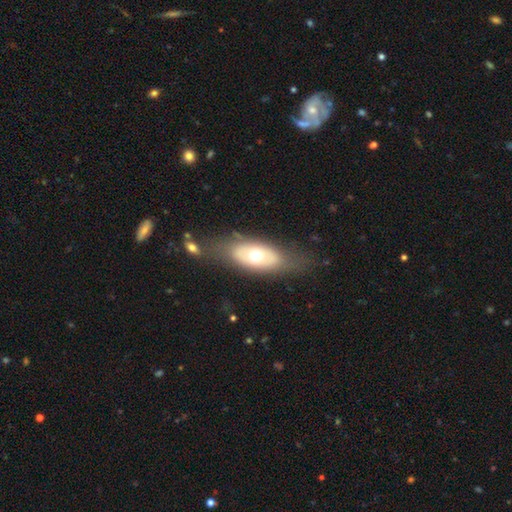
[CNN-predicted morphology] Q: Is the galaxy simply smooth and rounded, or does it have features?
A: smooth — 48%.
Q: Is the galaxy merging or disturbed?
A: none — 67%.